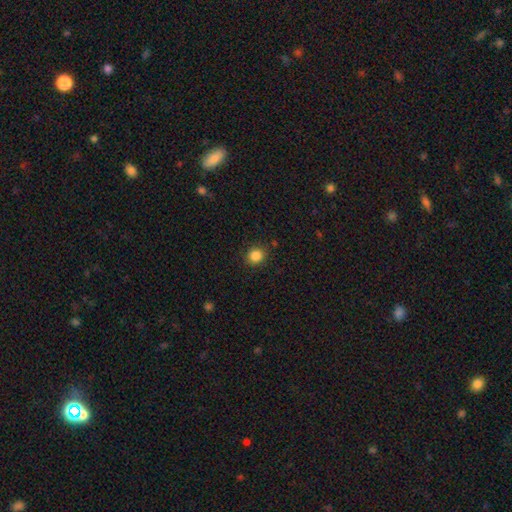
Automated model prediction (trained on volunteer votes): This appears to be a smooth galaxy with no disk features (85%) that is round (81%). Merging: none (89%).